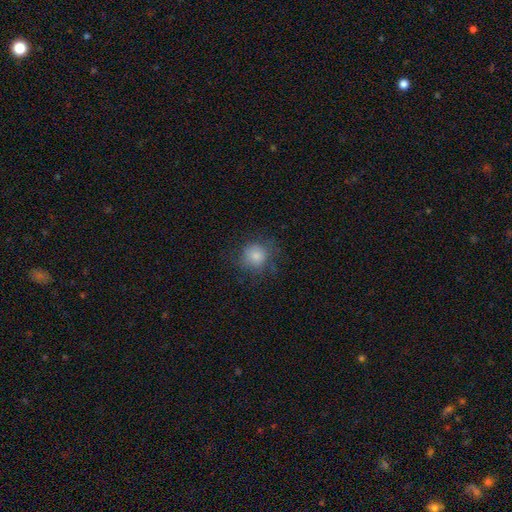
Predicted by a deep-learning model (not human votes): A smooth galaxy with no disk features (76%) that is round (89%).

Vote fractions:
- Smooth or featured? smooth: 76% / star or artifact: 12% / featured or disk: 12%
- How rounded? round: 89% / in between: 10% / cigar-shaped: 1%
- Merging? none: 73% / minor disturbance: 17% / major disturbance: 9% / merger: 1%